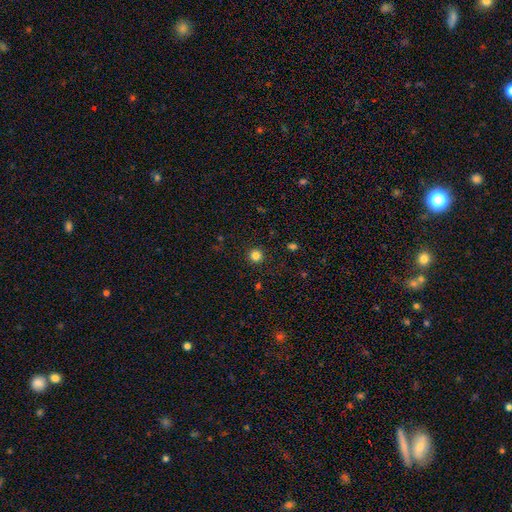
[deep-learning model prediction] smooth-or-featured: smooth: 83% | star or artifact: 13% | featured or disk: 4%
  how-rounded: round: 95% | in between: 4% | cigar-shaped: 1%
  merging: none: 92% | minor disturbance: 5% | major disturbance: 2% | merger: 1%